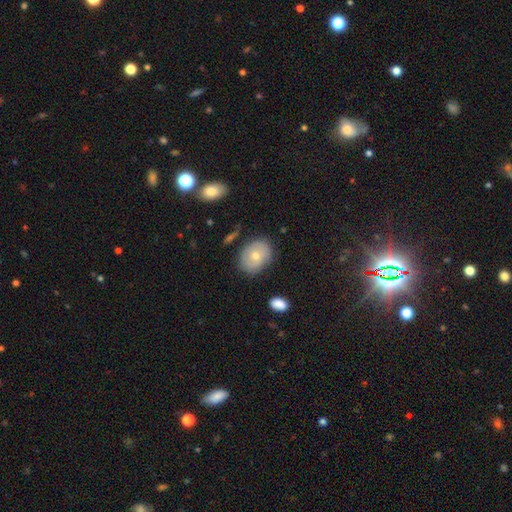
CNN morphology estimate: This appears to be a smooth galaxy with no disk features (62%) that is in between round and cigar-shaped (62%). Merging: none (77%).